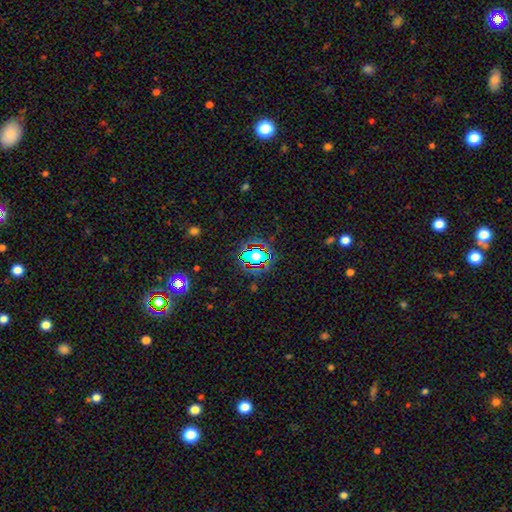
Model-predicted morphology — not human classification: A star or artifact, not a galaxy (57%).

Vote fractions:
- Smooth or featured? star or artifact: 57% / smooth: 30% / featured or disk: 13%